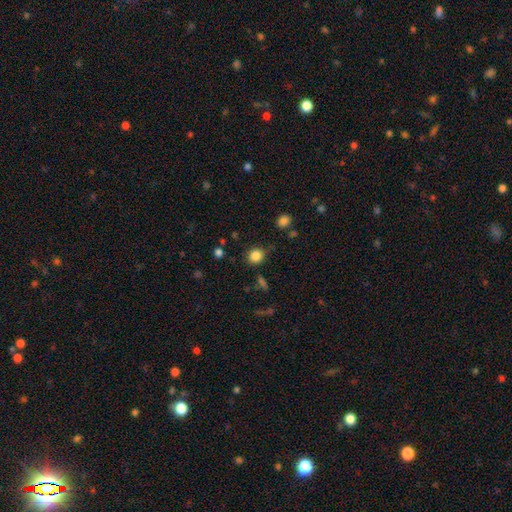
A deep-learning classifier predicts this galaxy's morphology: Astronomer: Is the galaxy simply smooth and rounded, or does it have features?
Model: smooth — 85%.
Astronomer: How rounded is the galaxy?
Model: round — 82%.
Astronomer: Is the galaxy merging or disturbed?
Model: none — 82%.